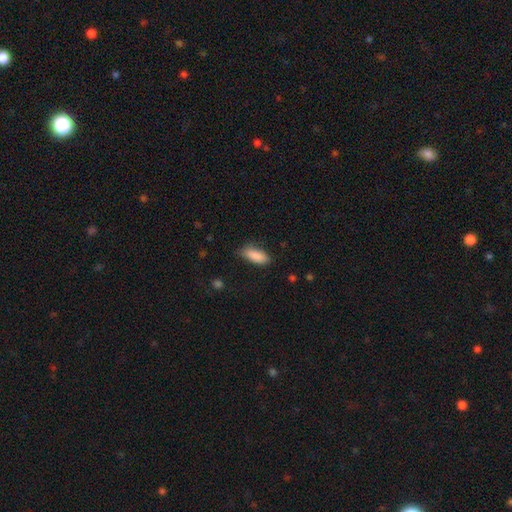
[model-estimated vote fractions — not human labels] Overall: smooth (89%). How rounded: in between (78%). Merging: none (76%).